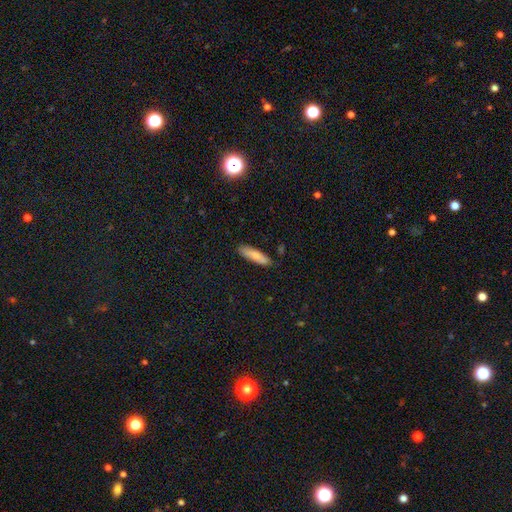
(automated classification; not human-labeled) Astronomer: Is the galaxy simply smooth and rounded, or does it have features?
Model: smooth — 78%.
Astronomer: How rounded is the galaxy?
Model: cigar-shaped — 62%.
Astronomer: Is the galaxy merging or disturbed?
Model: none — 82%.